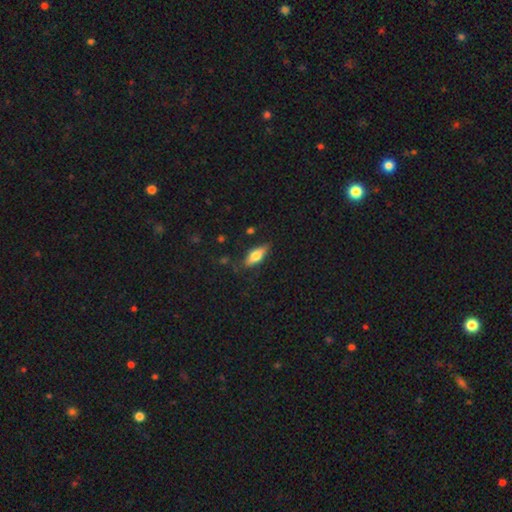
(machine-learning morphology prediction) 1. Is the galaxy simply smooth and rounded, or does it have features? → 62% smooth, 31% featured or disk, 7% star or artifact.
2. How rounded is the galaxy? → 67% in between, 30% cigar-shaped, 3% round.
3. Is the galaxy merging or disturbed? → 80% none, 15% minor disturbance, 3% major disturbance, 2% merger.